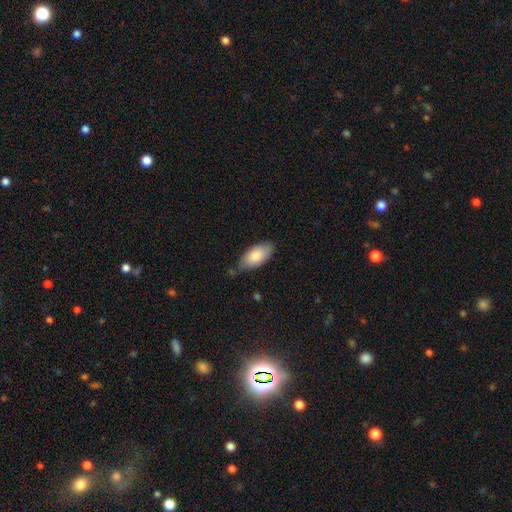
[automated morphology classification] smooth_or_featured: smooth (p=0.80) [alt: featured or disk p=0.13]
how_rounded: in between (p=0.92) [alt: cigar-shaped p=0.05]
merging: none (p=0.68) [alt: minor disturbance p=0.25]